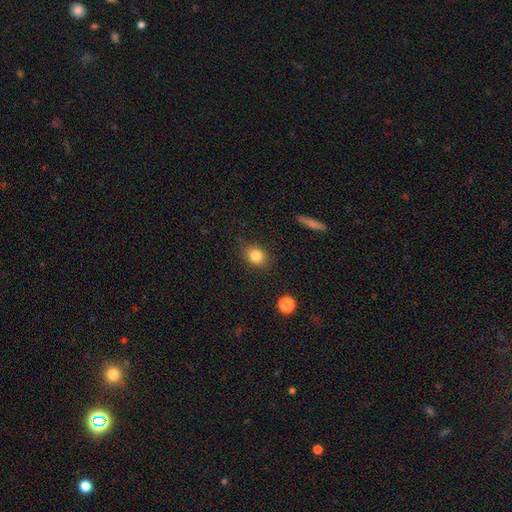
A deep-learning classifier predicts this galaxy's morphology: smooth 82%, star or artifact 11%, featured or disk 7%. Down the decision tree: how rounded — round (52%); merging — none (83%).